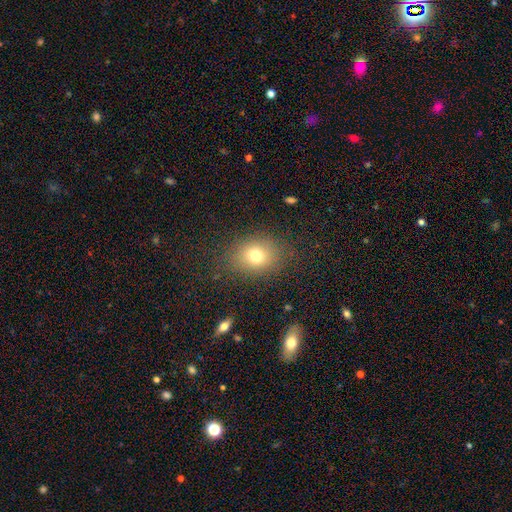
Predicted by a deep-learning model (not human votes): Smooth or featured?
  - smooth: 75% *
  - star or artifact: 14%
  - featured or disk: 11%
How rounded?
  - round: 51% *
  - in between: 48%
  - cigar-shaped: 1%
Merging?
  - none: 82% *
  - minor disturbance: 11%
  - major disturbance: 5%
  - merger: 1%